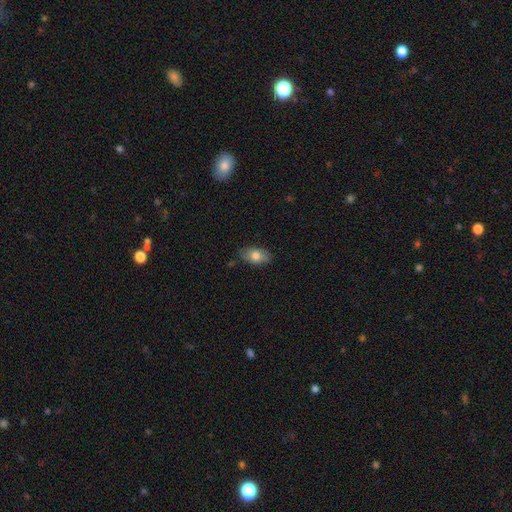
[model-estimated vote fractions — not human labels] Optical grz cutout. It shows a smooth galaxy with no disk features (77%) that is in between round and cigar-shaped (91%). Merging: none (83%).